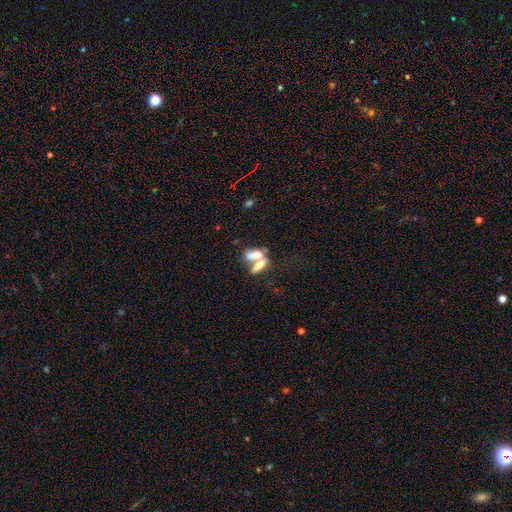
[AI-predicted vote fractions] A smooth galaxy with no disk features (62%) that is in between round and cigar-shaped (76%).

Vote fractions:
- Smooth or featured? smooth: 62% / featured or disk: 28% / star or artifact: 9%
- How rounded? in between: 76% / cigar-shaped: 17% / round: 8%
- Merging? merger: 67% / none: 21% / minor disturbance: 7% / major disturbance: 6%